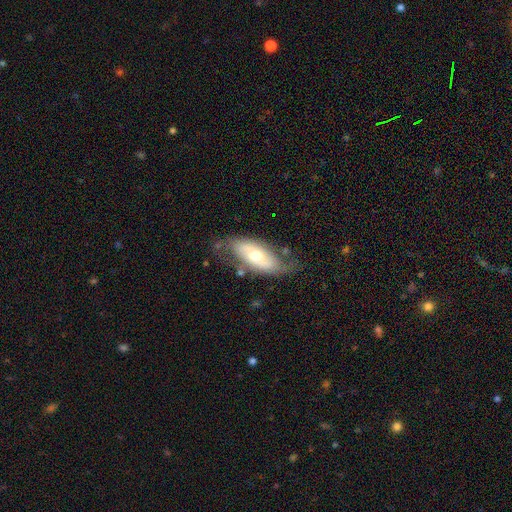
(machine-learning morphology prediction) Smooth or featured: featured or disk — 58% (smooth — 36%)
Edge-on disk: no — 85% (yes — 15%)
Merging: none — 59% (minor disturbance — 24%)